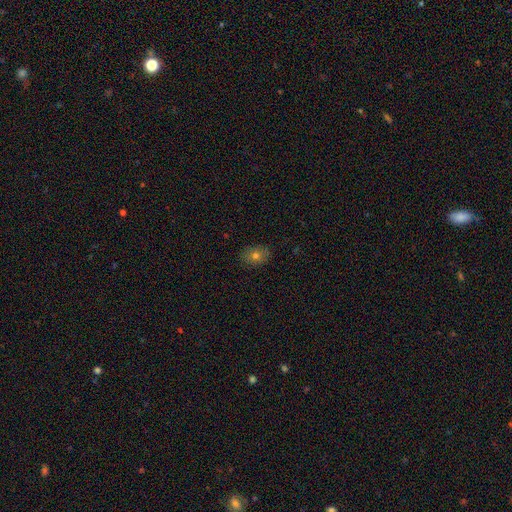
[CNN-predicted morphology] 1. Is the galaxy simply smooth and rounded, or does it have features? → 71% smooth, 15% star or artifact, 14% featured or disk.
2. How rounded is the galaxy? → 63% in between, 35% round, 1% cigar-shaped.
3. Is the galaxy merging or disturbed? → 85% none, 12% minor disturbance, 2% major disturbance, 1% merger.